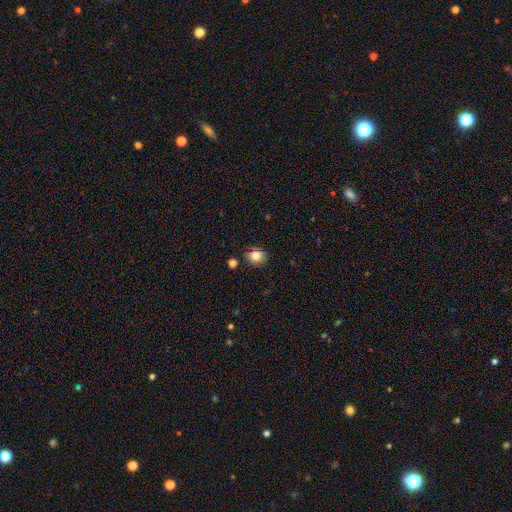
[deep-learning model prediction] Smooth or featured?
  - smooth: 82% *
  - star or artifact: 11%
  - featured or disk: 7%
How rounded?
  - round: 68% *
  - in between: 31%
  - cigar-shaped: 1%
Merging?
  - none: 84% *
  - minor disturbance: 11%
  - merger: 3%
  - major disturbance: 2%